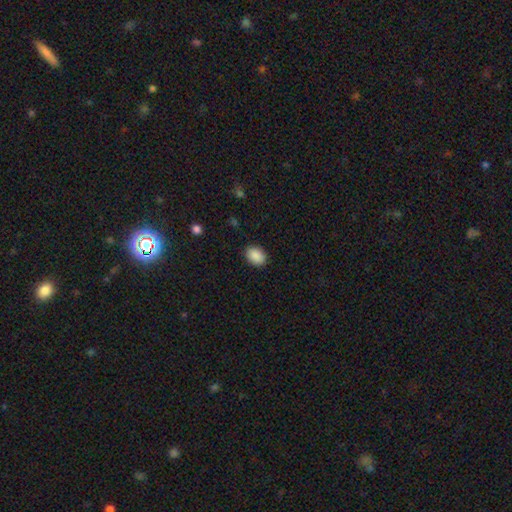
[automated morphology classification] Q: Smooth or featured?
A: smooth (89%); runner-up: star or artifact (7%)
Q: How rounded?
A: in between (74%); runner-up: round (25%)
Q: Merging?
A: none (88%); runner-up: minor disturbance (9%)